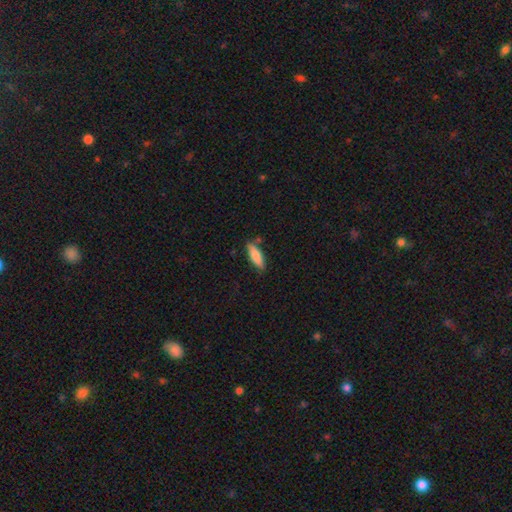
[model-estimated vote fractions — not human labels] The model was most divided on "how rounded": in between: 53%, cigar-shaped: 45%, round: 2%. More confident: smooth or featured — smooth (81%); merging — none (77%).